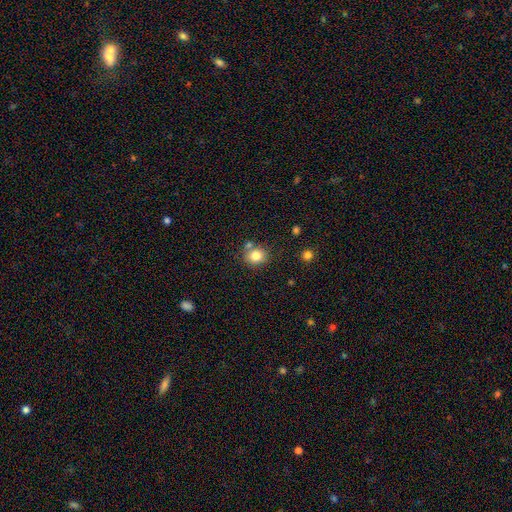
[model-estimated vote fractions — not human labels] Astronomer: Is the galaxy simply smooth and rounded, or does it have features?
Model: smooth — 83%.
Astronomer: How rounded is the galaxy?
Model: round — 73%.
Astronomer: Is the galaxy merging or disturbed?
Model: none — 73%.